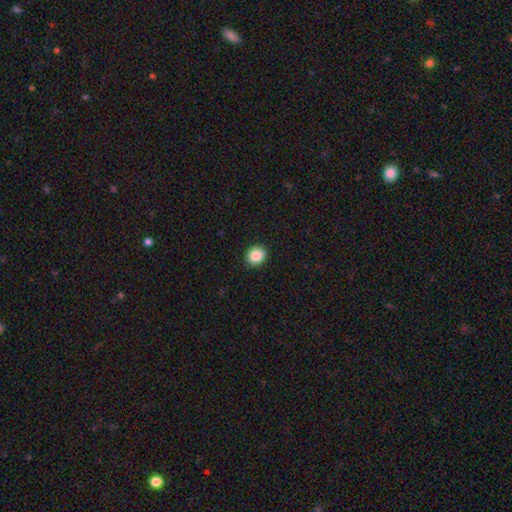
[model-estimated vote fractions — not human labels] smooth-or-featured: smooth: 87% | star or artifact: 9% | featured or disk: 4%
  how-rounded: round: 76% | in between: 23% | cigar-shaped: 1%
  merging: none: 92% | minor disturbance: 6% | major disturbance: 2% | merger: 1%